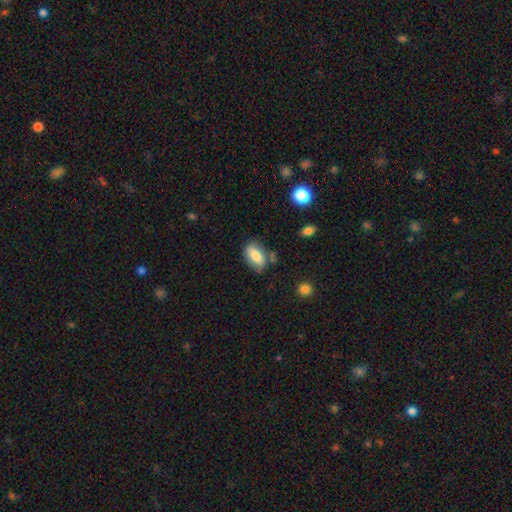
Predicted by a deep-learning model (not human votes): smooth-or-featured: smooth: 79% | featured or disk: 13% | star or artifact: 7%
  how-rounded: in between: 89% | cigar-shaped: 6% | round: 5%
  merging: none: 70% | minor disturbance: 19% | merger: 6% | major disturbance: 5%